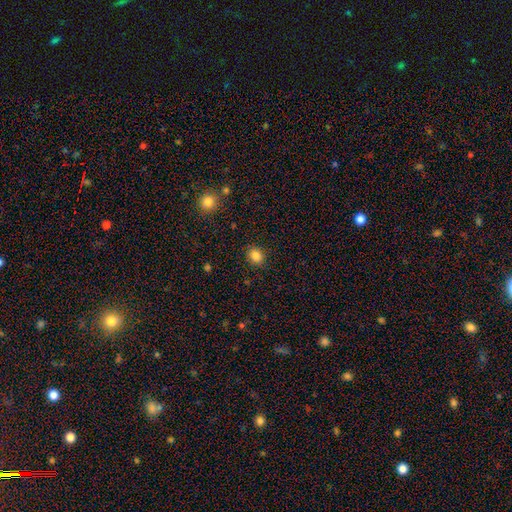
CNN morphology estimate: Overall: smooth (85%). How rounded: round (61%; in between 38%). Merging: none (88%).